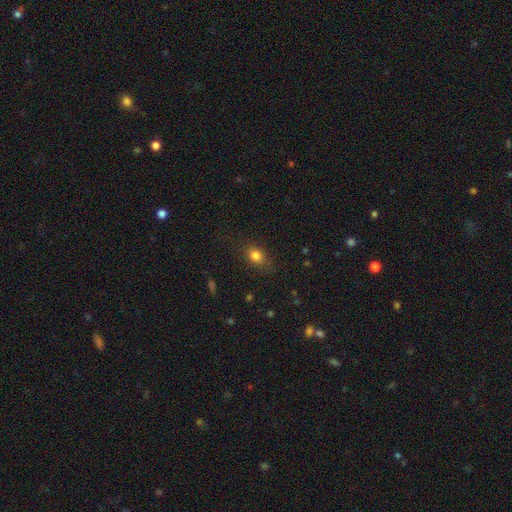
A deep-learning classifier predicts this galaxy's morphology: type=smooth (81%); roundness=in between (63%); merging=none (75%).